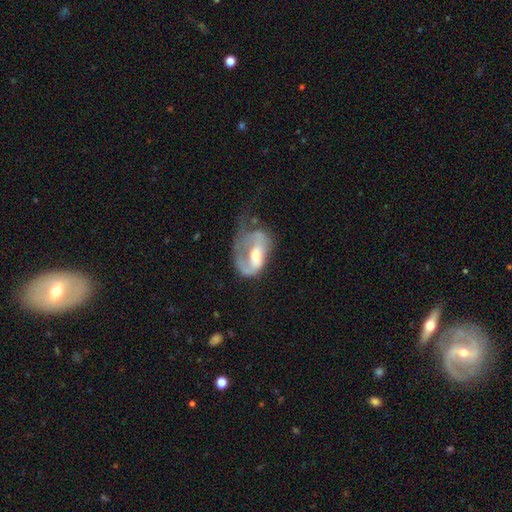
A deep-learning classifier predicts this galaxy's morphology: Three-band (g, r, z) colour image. It shows a featured or disk galaxy (67%) with no bar (43%), spiral arms (69%) and a moderate central bulge (67%). Merging: major disturbance (51%).